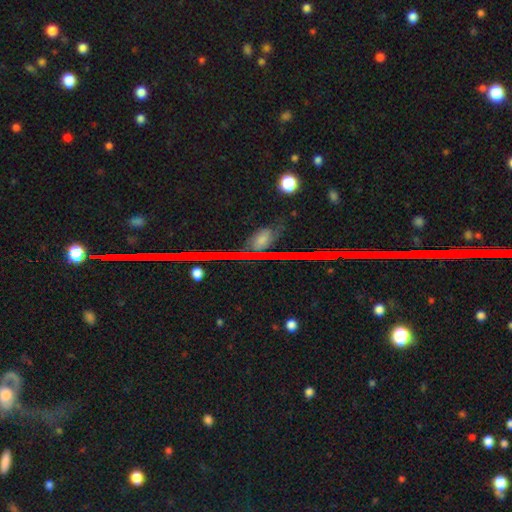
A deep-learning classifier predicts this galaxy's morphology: type=star or artifact (82%).